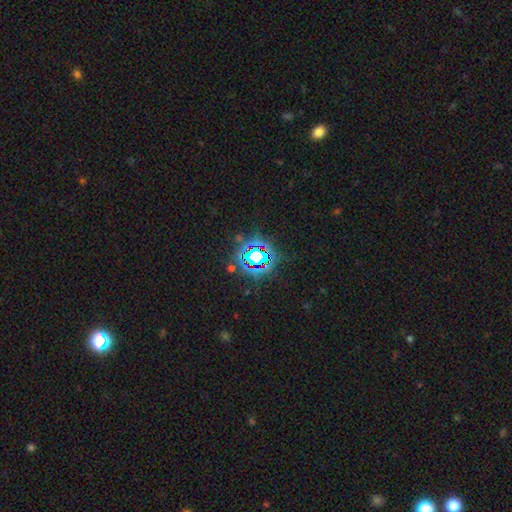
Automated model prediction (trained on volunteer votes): The model was most divided on "smooth or featured": star or artifact: 73%, smooth: 16%, featured or disk: 11%.